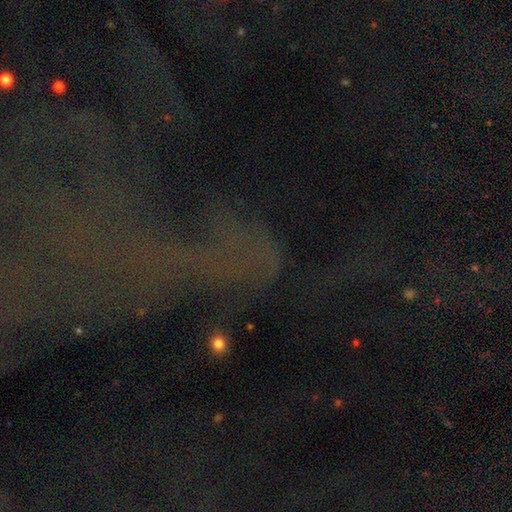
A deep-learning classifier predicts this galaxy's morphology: This appears to be a star or artifact, not a galaxy (66%).